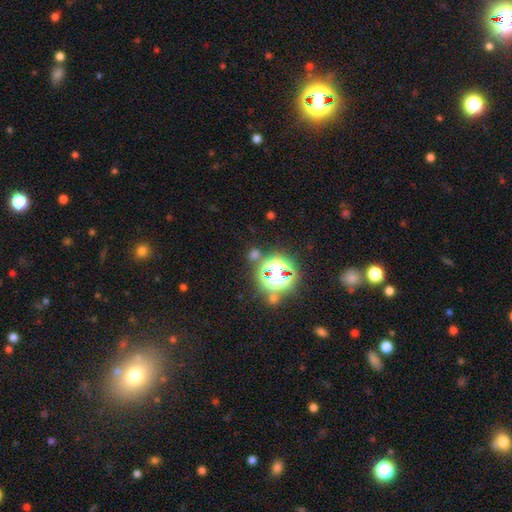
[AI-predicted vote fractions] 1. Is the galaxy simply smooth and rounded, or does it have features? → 72% star or artifact, 19% smooth, 9% featured or disk.